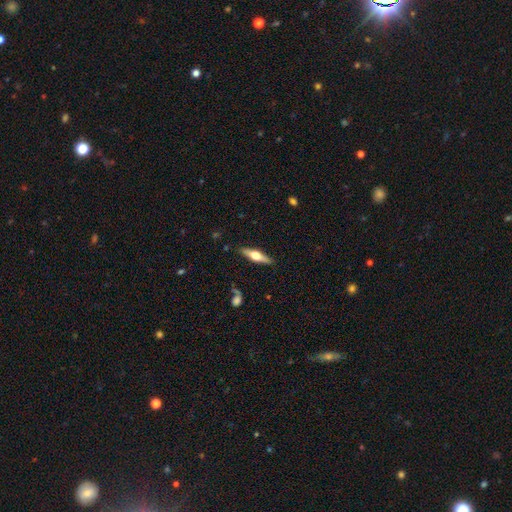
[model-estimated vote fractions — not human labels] Q: Smooth or featured?
A: featured or disk (57%); runner-up: smooth (37%)
Q: Edge-on disk?
A: yes (94%); runner-up: no (6%)
Q: Edge-on bulge?
A: rounded (94%); runner-up: boxy (4%)
Q: Merging?
A: none (88%); runner-up: minor disturbance (8%)